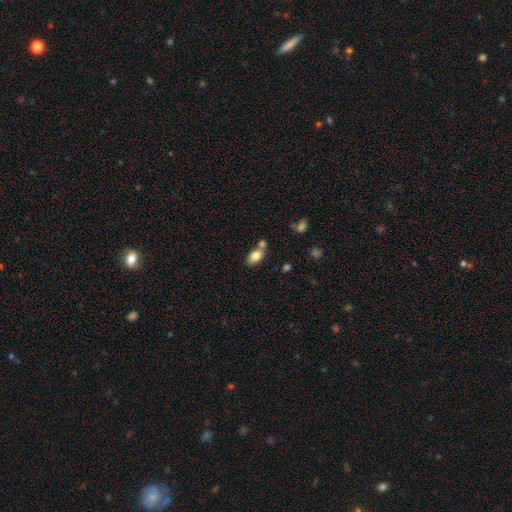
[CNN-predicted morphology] smooth 80%, featured or disk 12%, star or artifact 8%. Down the decision tree: how rounded — in between (89%); merging — none (58%).